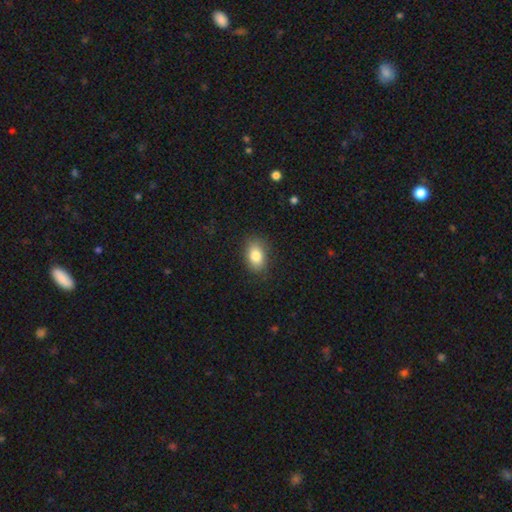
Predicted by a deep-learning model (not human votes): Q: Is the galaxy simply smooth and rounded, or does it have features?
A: smooth — 84%.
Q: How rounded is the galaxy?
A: in between — 85%.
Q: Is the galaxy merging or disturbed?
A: none — 83%.